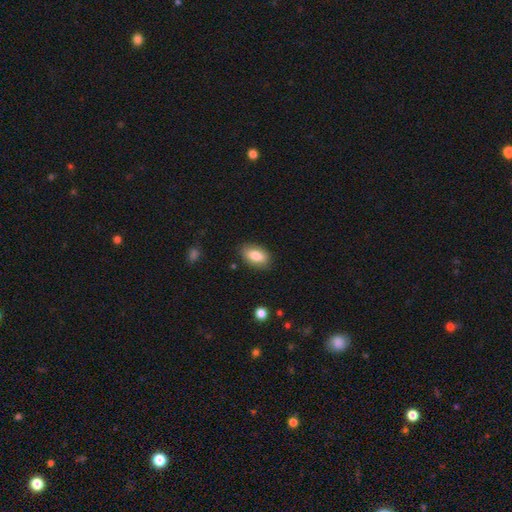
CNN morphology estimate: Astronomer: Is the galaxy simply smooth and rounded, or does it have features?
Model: smooth — 83%.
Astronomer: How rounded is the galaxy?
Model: in between — 91%.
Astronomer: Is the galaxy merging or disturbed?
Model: none — 85%.